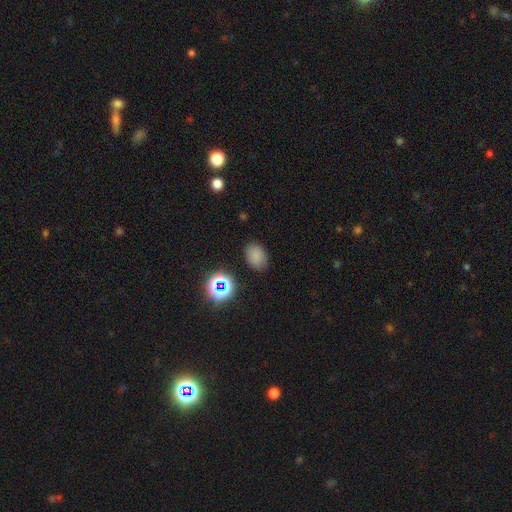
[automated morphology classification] Smooth or featured?
  - smooth: 76% *
  - star or artifact: 17%
  - featured or disk: 6%
How rounded?
  - in between: 74% *
  - round: 25%
  - cigar-shaped: 1%
Merging?
  - none: 82% *
  - minor disturbance: 12%
  - major disturbance: 3%
  - merger: 2%